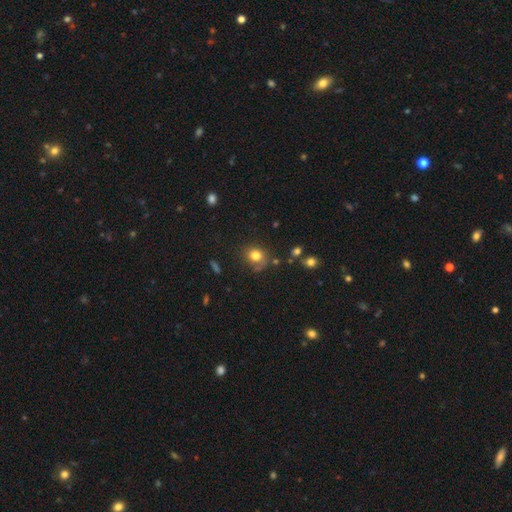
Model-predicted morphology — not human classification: Smooth or featured? Predicted: smooth (p=0.78). How rounded? Predicted: round (p=0.76). Merging? Predicted: none (p=0.65).